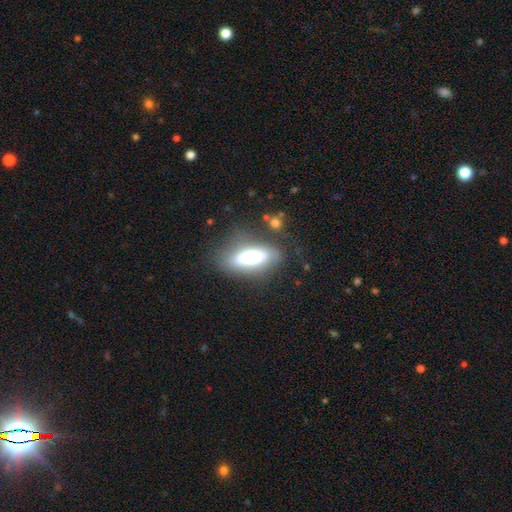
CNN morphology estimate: smooth_or_featured: smooth (p=0.62) [alt: featured or disk p=0.30]
how_rounded: in between (p=0.67) [alt: cigar-shaped p=0.29]
merging: none (p=0.74) [alt: minor disturbance p=0.15]